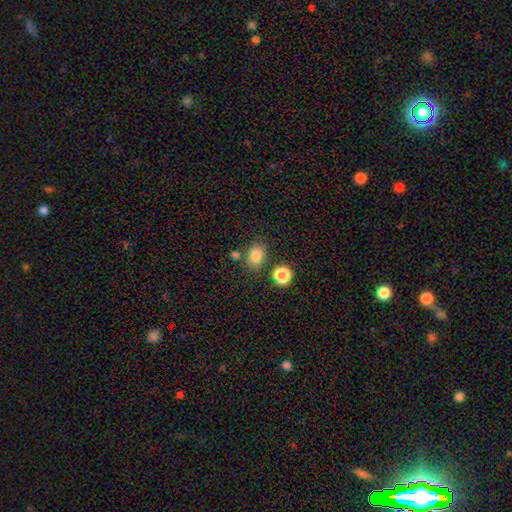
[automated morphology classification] The model was most divided on "how rounded": in between: 55%, round: 44%, cigar-shaped: 1%. More confident: smooth or featured — smooth (82%); merging — none (74%).